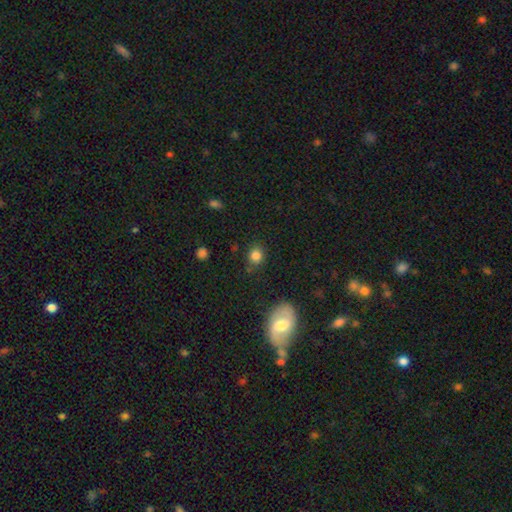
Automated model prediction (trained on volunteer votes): Overall: smooth (82%). How rounded: round (74%). Merging: none (82%).